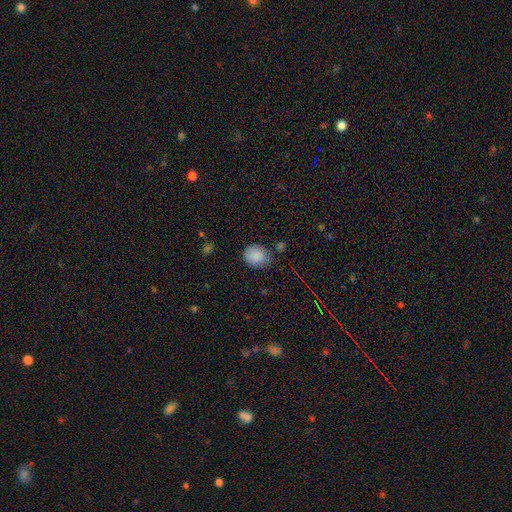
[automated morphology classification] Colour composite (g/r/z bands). It shows a smooth galaxy with no disk features (87%) that is round (65%). Merging: none (74%).